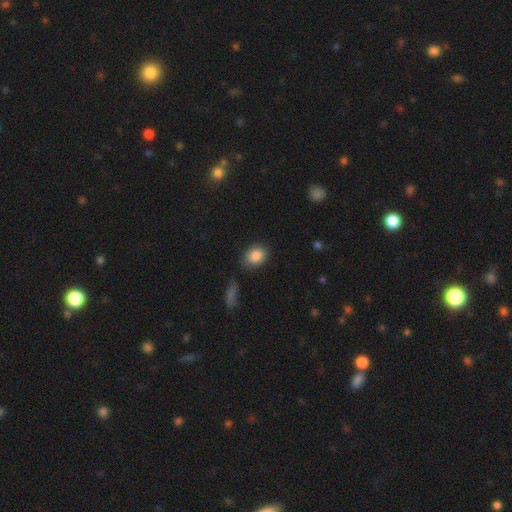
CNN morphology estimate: smooth_or_featured: smooth (p=0.86) [alt: star or artifact p=0.08]
how_rounded: in between (p=0.58) [alt: round p=0.41]
merging: none (p=0.78) [alt: minor disturbance p=0.14]